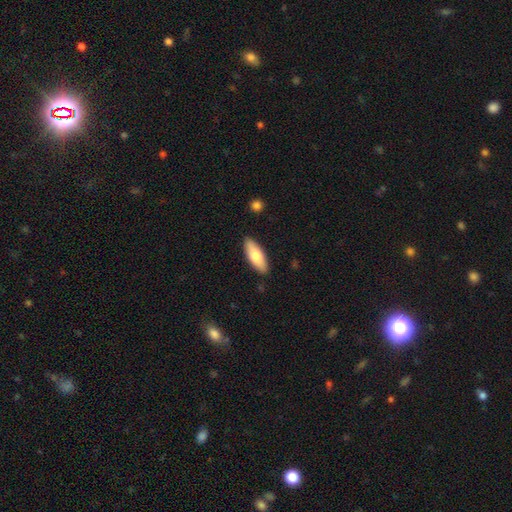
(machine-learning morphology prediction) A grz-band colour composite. It shows a smooth galaxy with no disk features (74%) that is in between round and cigar-shaped (70%). Merging: none (88%).